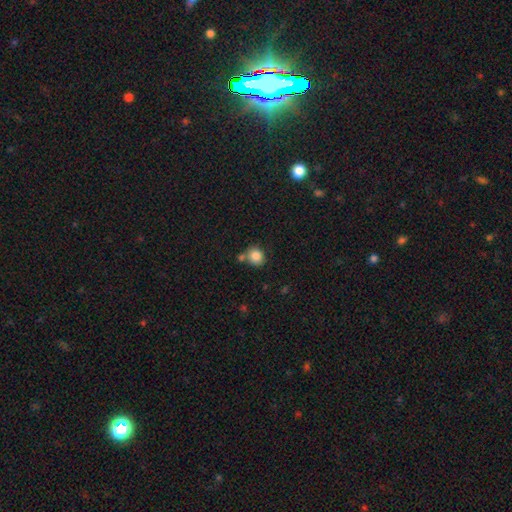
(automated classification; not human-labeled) smooth 84%, star or artifact 10%, featured or disk 6%. Down the decision tree: how rounded — round (78%); merging — none (62%).